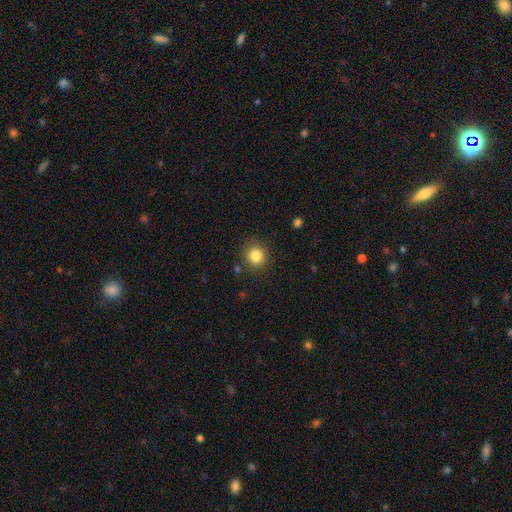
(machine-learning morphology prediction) smooth_or_featured: smooth (p=0.84) [alt: star or artifact p=0.11]
how_rounded: round (p=0.90) [alt: in between p=0.10]
merging: none (p=0.88) [alt: minor disturbance p=0.08]